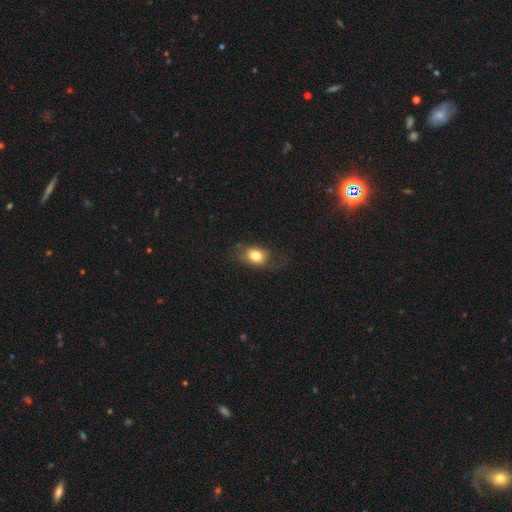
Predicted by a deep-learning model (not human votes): Smooth or featured?
  - smooth: 78% *
  - featured or disk: 13%
  - star or artifact: 9%
How rounded?
  - in between: 67% *
  - round: 32%
  - cigar-shaped: 2%
Merging?
  - none: 60% *
  - minor disturbance: 25%
  - major disturbance: 14%
  - merger: 2%